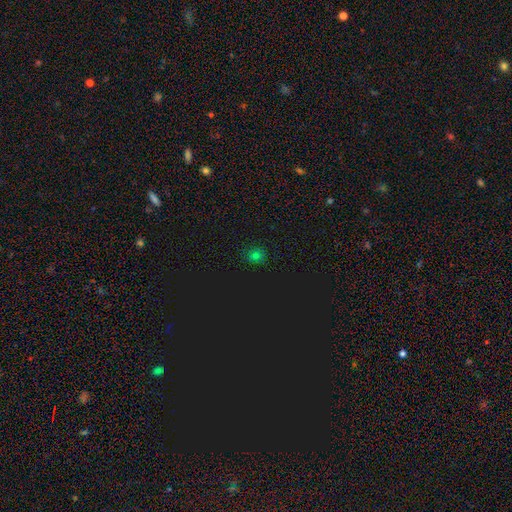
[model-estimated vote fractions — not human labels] Smooth or featured: smooth — 62% (star or artifact — 32%)
How rounded: round — 79% (in between — 20%)
Merging: none — 86% (minor disturbance — 10%)